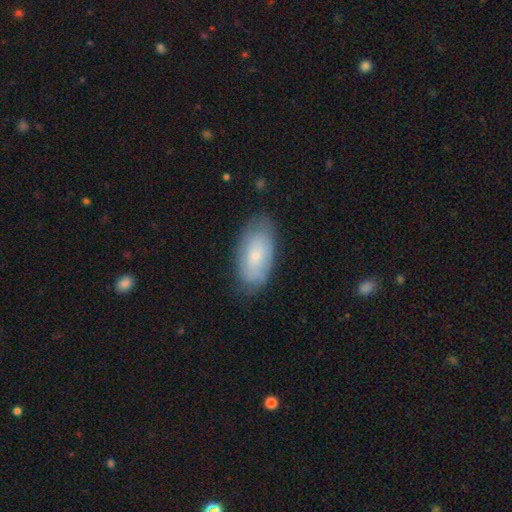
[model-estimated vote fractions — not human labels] The model was most divided on "smooth or featured": smooth: 63%, featured or disk: 30%, star or artifact: 7%. More confident: how rounded — in between (93%); merging — none (74%).